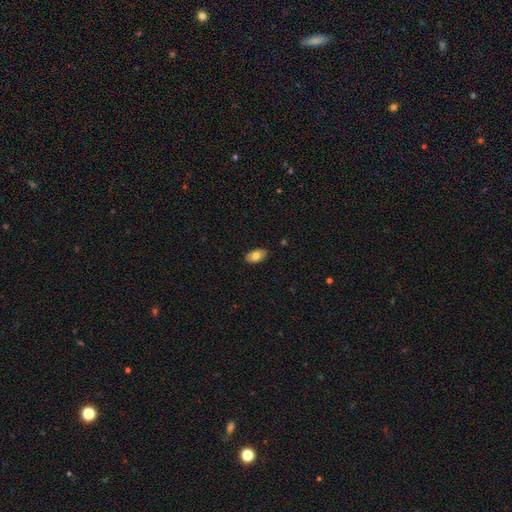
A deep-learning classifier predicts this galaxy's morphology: smooth_or_featured: smooth (p=0.77) [alt: featured or disk p=0.16]
how_rounded: in between (p=0.94) [alt: round p=0.04]
merging: none (p=0.86) [alt: minor disturbance p=0.11]